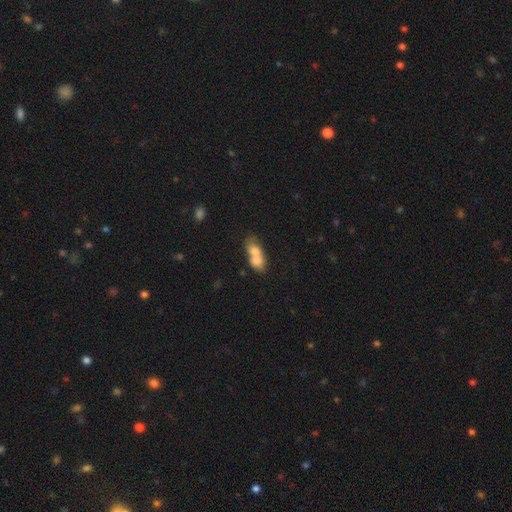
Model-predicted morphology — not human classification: Q: Smooth or featured?
A: smooth (70%); runner-up: featured or disk (21%)
Q: How rounded?
A: in between (67%); runner-up: round (26%)
Q: Merging?
A: merger (75%); runner-up: none (15%)